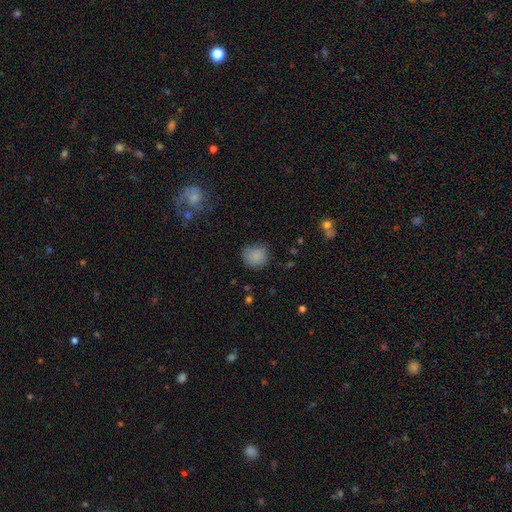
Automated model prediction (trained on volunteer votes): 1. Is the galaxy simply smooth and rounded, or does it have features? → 84% smooth, 10% star or artifact, 7% featured or disk.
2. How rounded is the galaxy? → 81% round, 18% in between, 1% cigar-shaped.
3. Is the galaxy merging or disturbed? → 72% none, 21% minor disturbance, 5% major disturbance, 2% merger.